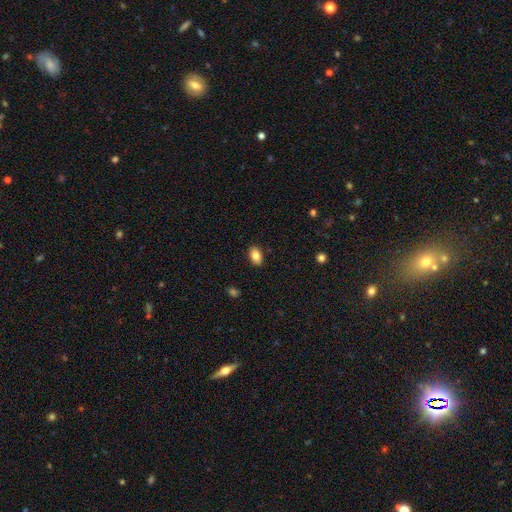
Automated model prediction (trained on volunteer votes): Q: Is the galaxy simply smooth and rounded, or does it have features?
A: smooth — 84%.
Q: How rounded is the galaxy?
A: in between — 88%.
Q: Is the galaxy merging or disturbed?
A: none — 89%.